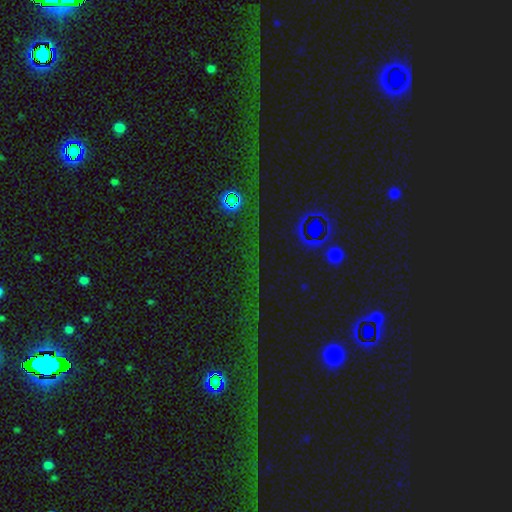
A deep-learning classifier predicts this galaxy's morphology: smooth_or_featured: star or artifact (p=0.80) [alt: smooth p=0.10]